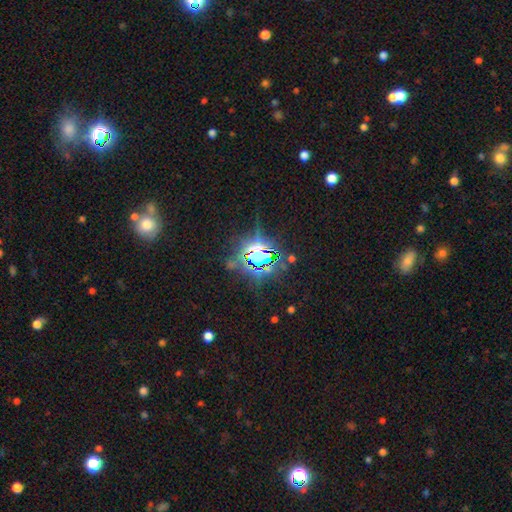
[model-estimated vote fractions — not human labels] Smooth or featured? Predicted: star or artifact (p=0.83).